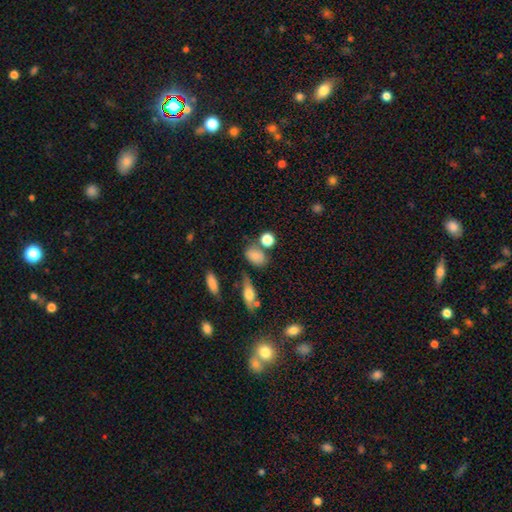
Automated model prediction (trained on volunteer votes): A smooth galaxy with no disk features (78%) that is in between round and cigar-shaped (60%). Merging: none (62%).